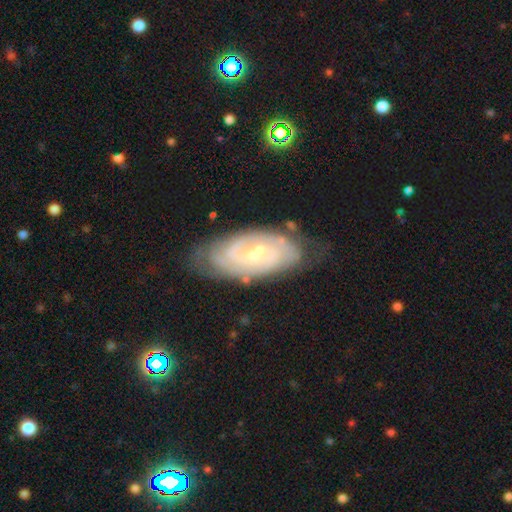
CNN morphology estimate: type=featured or disk (82%); edge-on=no (93%); bar=weak (44%); spiral arms=yes (95%); winding=tight (70%); arm count=2 (42%); bulge=small (69%); merging=none (73%).